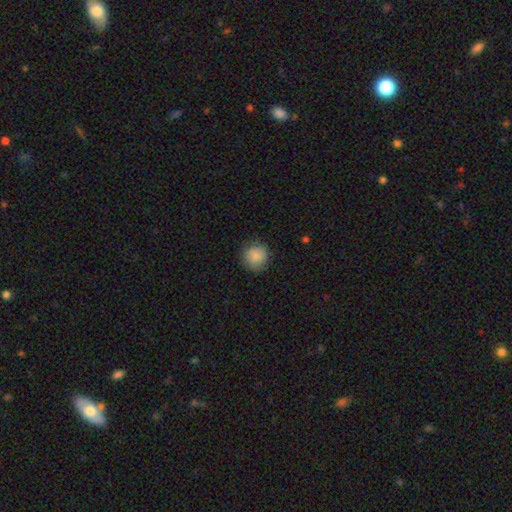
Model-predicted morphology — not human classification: A smooth galaxy with no disk features (85%) that is round (91%). Merging: none (82%).